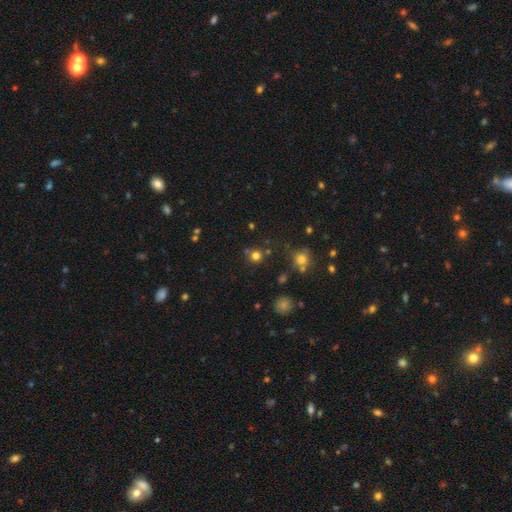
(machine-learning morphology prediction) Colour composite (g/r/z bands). It shows a smooth galaxy with no disk features (73%) that is round (91%). Merging: none (76%).